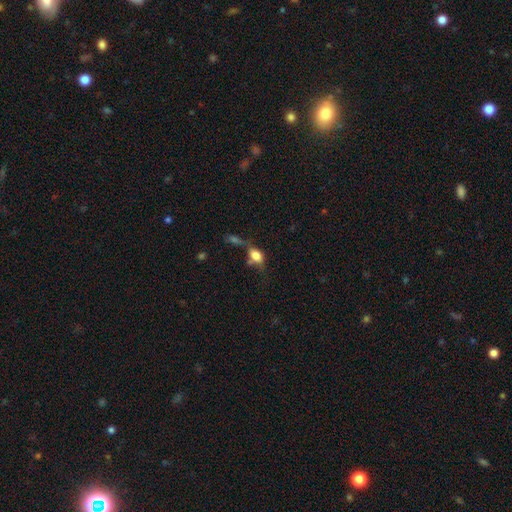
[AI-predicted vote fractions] Q: Smooth or featured?
A: smooth (71%); runner-up: featured or disk (18%)
Q: How rounded?
A: in between (72%); runner-up: round (23%)
Q: Merging?
A: none (37%); runner-up: merger (24%)